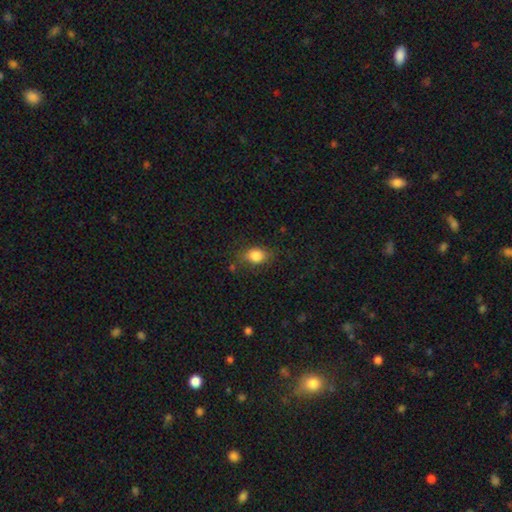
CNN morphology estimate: A smooth galaxy with no disk features (83%) that is in between round and cigar-shaped (62%).

Vote fractions:
- Smooth or featured? smooth: 83% / star or artifact: 10% / featured or disk: 7%
- How rounded? in between: 62% / round: 36% / cigar-shaped: 2%
- Merging? none: 71% / minor disturbance: 20% / major disturbance: 6% / merger: 2%